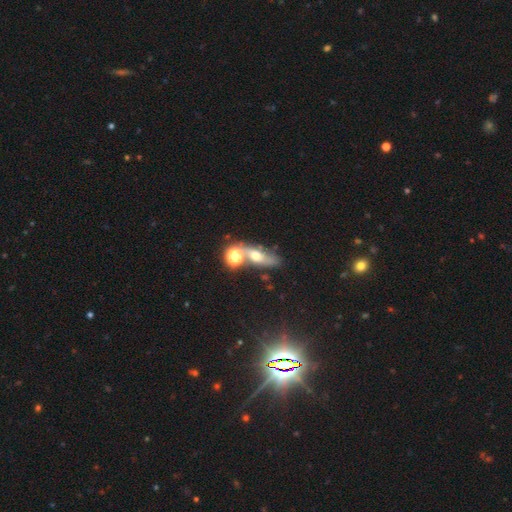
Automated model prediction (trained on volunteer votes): Q: Smooth or featured?
A: smooth (48%); runner-up: featured or disk (32%)
Q: Merging?
A: none (51%); runner-up: merger (26%)